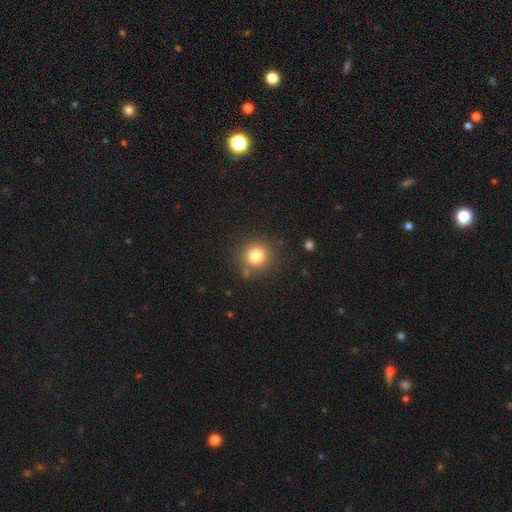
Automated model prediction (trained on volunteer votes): Smooth or featured: smooth — 80% (star or artifact — 12%)
How rounded: round — 91% (in between — 8%)
Merging: none — 84% (minor disturbance — 9%)